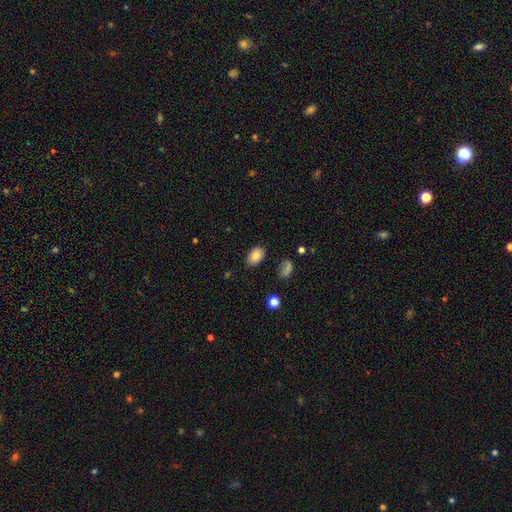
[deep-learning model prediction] smooth_or_featured: smooth (p=0.83) [alt: star or artifact p=0.09]
how_rounded: in between (p=0.86) [alt: round p=0.13]
merging: none (p=0.83) [alt: minor disturbance p=0.12]